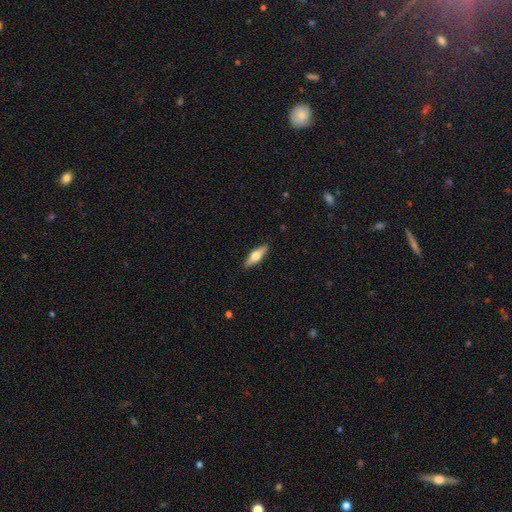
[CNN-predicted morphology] smooth-or-featured: smooth: 49% | featured or disk: 45% | star or artifact: 6%
  merging: none: 89% | minor disturbance: 8% | major disturbance: 2% | merger: 1%